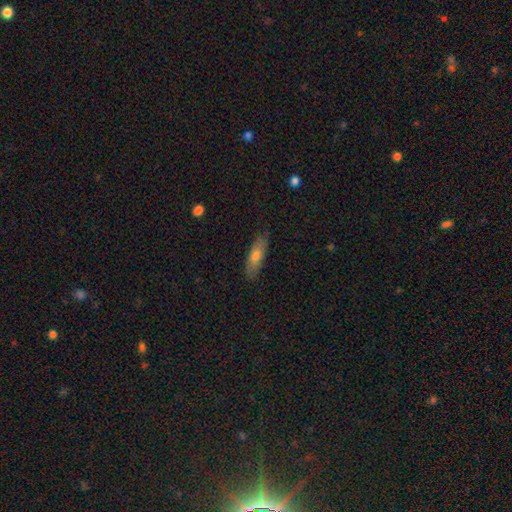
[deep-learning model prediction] The model was most divided on "how rounded": in between: 53%, cigar-shaped: 45%, round: 2%. More confident: merging — none (84%); smooth or featured — smooth (70%).